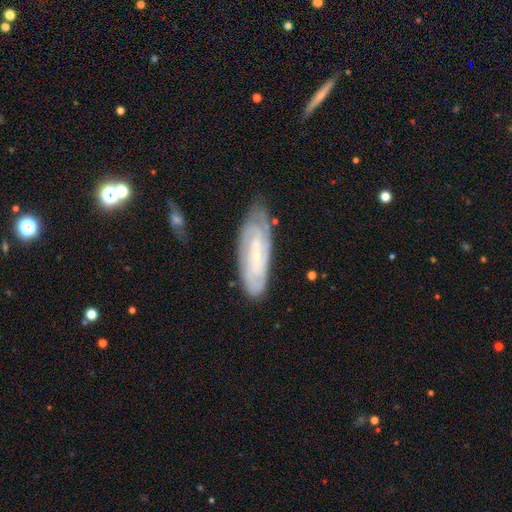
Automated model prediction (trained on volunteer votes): This is likely a featured or disk galaxy (64%). It is likely not viewed edge-on (80%). Bar: possibly no (51%). Spiral arm pattern: clearly yes (84%). Central bulge: likely small (69%). Merging: likely none (76%).